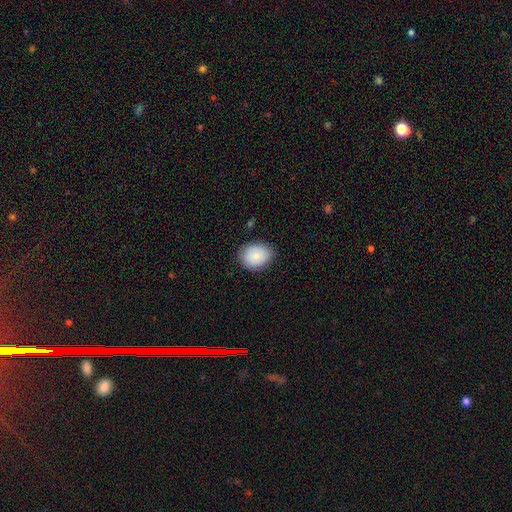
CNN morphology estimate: type=smooth (85%); roundness=in between (56%); merging=none (81%).